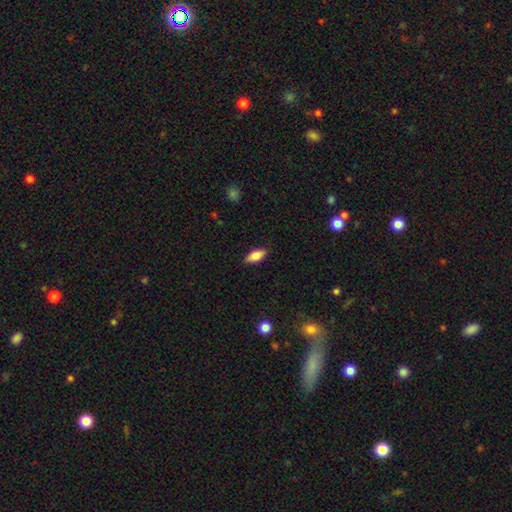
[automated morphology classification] smooth-or-featured: smooth: 78% | featured or disk: 16% | star or artifact: 7%
  how-rounded: in between: 83% | cigar-shaped: 14% | round: 3%
  merging: none: 87% | minor disturbance: 10% | major disturbance: 2% | merger: 1%